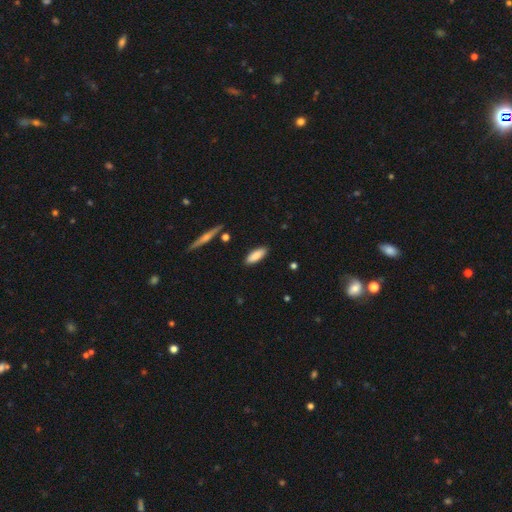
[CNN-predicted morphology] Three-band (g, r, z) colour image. It shows a smooth galaxy with no disk features (84%) that is in between round and cigar-shaped (70%). Merging: none (88%).